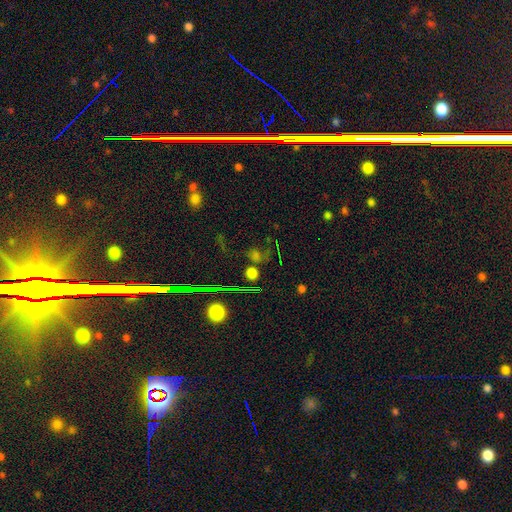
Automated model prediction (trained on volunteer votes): Smooth or featured? Predicted: smooth (p=0.44). Merging? Predicted: none (p=0.59).